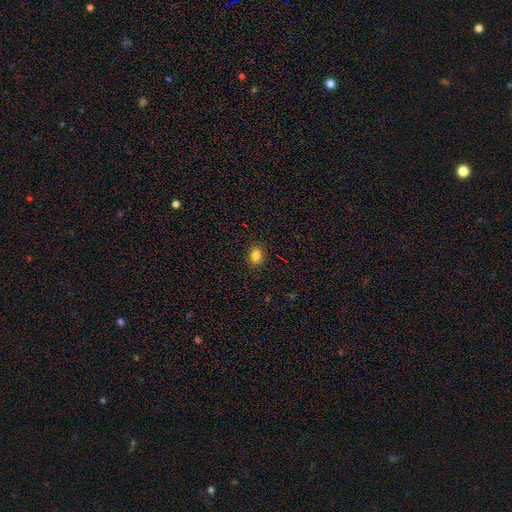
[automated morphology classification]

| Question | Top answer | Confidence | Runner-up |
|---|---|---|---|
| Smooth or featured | smooth | 82% | star or artifact (12%) |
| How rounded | in between | 59% | round (39%) |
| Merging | none | 88% | minor disturbance (8%) |